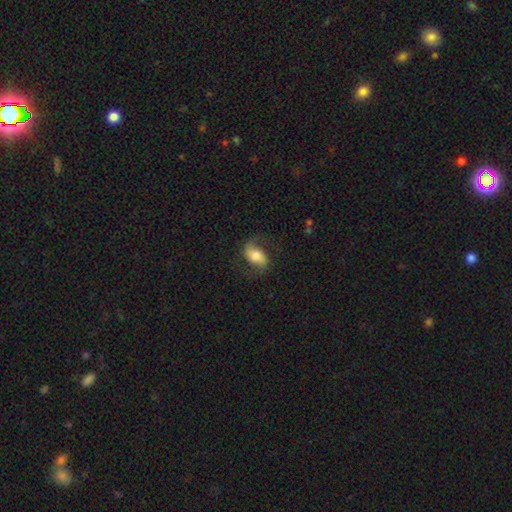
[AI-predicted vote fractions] A featured or disk galaxy (63%) with no bar (39%), 2 (86%) loose (58%) spiral arms (92%) and a moderate central bulge (45%). Merging: none (68%).